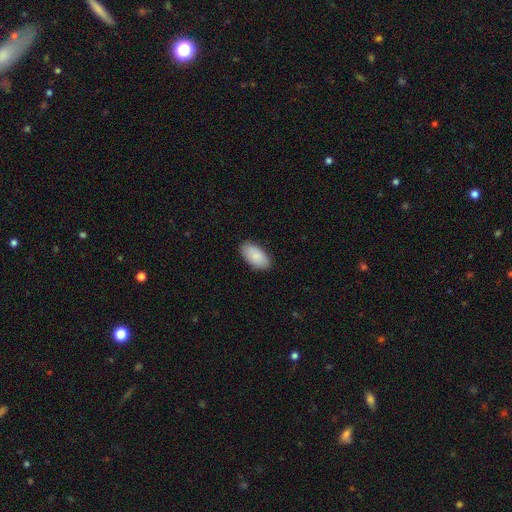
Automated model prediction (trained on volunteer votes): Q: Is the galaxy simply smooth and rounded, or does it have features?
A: smooth — 86%.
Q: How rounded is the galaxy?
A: in between — 95%.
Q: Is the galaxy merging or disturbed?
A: none — 85%.